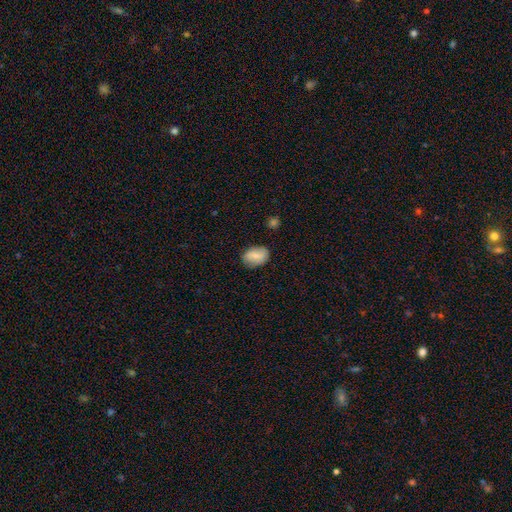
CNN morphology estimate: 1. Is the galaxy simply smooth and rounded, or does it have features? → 70% smooth, 22% featured or disk, 7% star or artifact.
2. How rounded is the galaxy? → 83% in between, 15% round, 2% cigar-shaped.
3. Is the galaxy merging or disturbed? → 81% none, 15% minor disturbance, 3% major disturbance, 1% merger.